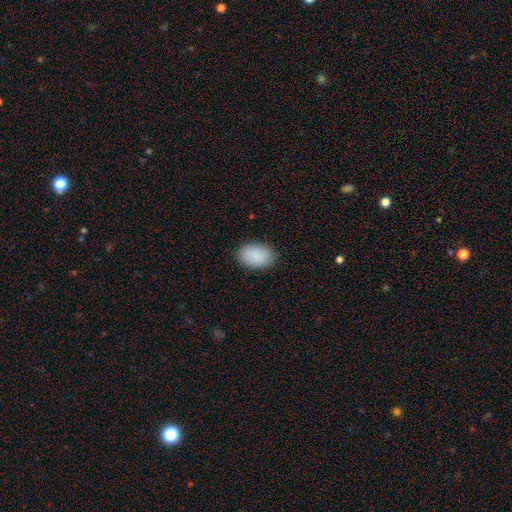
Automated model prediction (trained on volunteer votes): This appears to be a smooth galaxy with no disk features (90%) that is in between round and cigar-shaped (91%). Merging: none (87%).